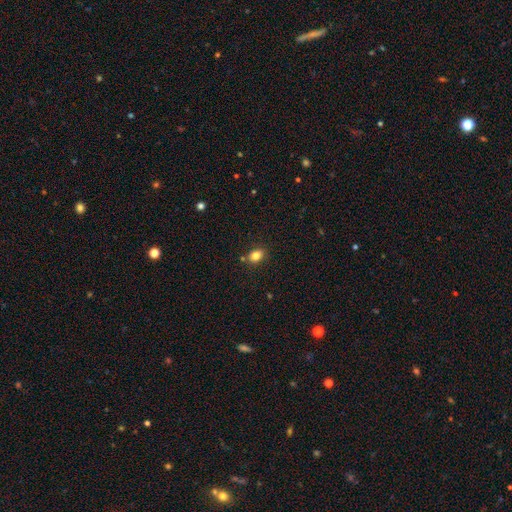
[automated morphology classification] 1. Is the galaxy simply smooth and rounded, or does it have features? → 82% smooth, 11% star or artifact, 7% featured or disk.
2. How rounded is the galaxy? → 68% in between, 30% round, 1% cigar-shaped.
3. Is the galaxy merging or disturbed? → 80% none, 11% minor disturbance, 6% merger, 3% major disturbance.